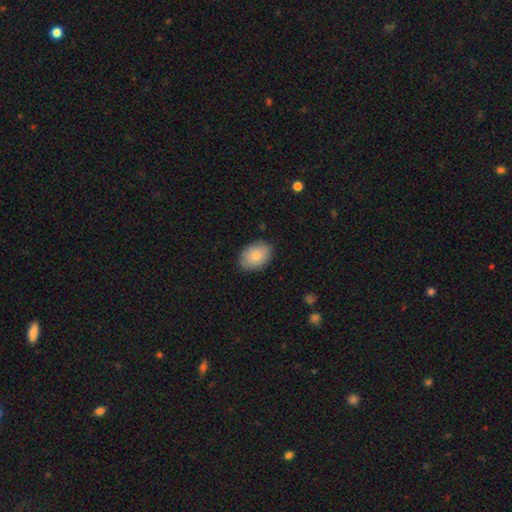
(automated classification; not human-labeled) smooth-or-featured: smooth: 84% | featured or disk: 10% | star or artifact: 6%
  how-rounded: in between: 83% | round: 16% | cigar-shaped: 1%
  merging: none: 85% | minor disturbance: 12% | major disturbance: 2% | merger: 1%